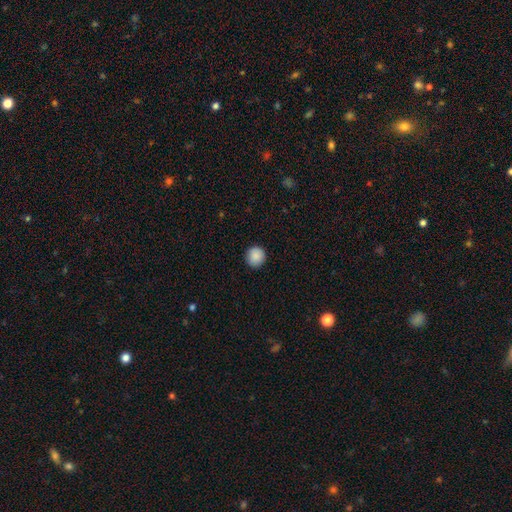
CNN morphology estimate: smooth_or_featured: smooth (p=0.90) [alt: star or artifact p=0.08]
how_rounded: round (p=0.94) [alt: in between p=0.05]
merging: none (p=0.91) [alt: minor disturbance p=0.06]